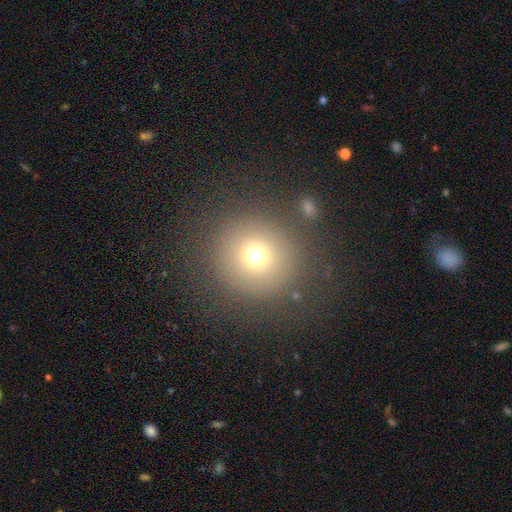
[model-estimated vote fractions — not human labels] Q: Smooth or featured?
A: smooth (71%); runner-up: star or artifact (19%)
Q: How rounded?
A: round (95%); runner-up: in between (4%)
Q: Merging?
A: none (83%); runner-up: minor disturbance (8%)